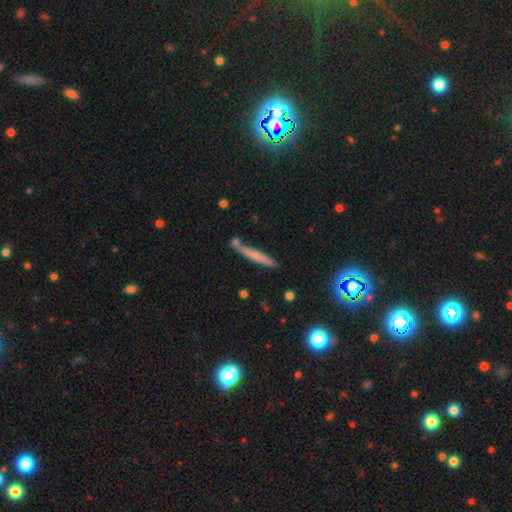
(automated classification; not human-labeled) smooth_or_featured: smooth (p=0.61) [alt: featured or disk p=0.31]
how_rounded: cigar-shaped (p=0.95) [alt: in between p=0.03]
merging: none (p=0.75) [alt: minor disturbance p=0.13]